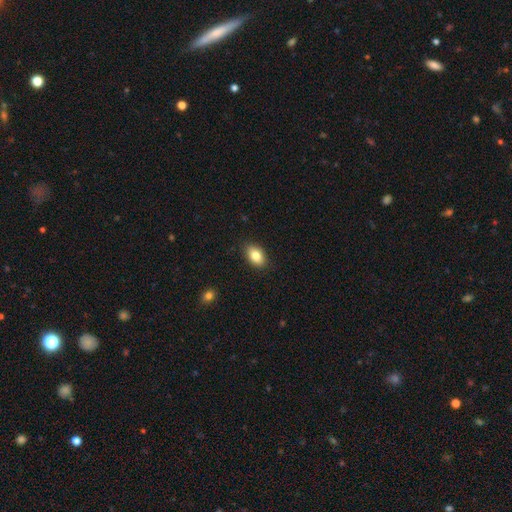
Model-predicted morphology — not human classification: A smooth galaxy with no disk features (84%) that is in between round and cigar-shaped (89%).

Vote fractions:
- Smooth or featured? smooth: 84% / featured or disk: 8% / star or artifact: 8%
- How rounded? in between: 89% / round: 9% / cigar-shaped: 2%
- Merging? none: 88% / minor disturbance: 9% / major disturbance: 2% / merger: 1%